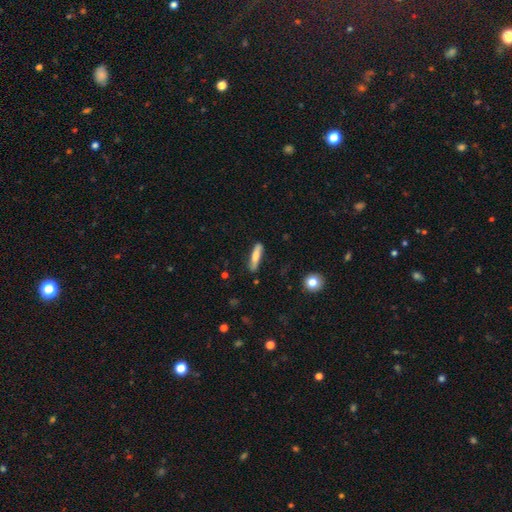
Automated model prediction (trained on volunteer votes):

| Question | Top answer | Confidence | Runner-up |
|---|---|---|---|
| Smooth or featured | smooth | 66% | featured or disk (29%) |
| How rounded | cigar-shaped | 82% | in between (16%) |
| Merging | none | 83% | minor disturbance (12%) |